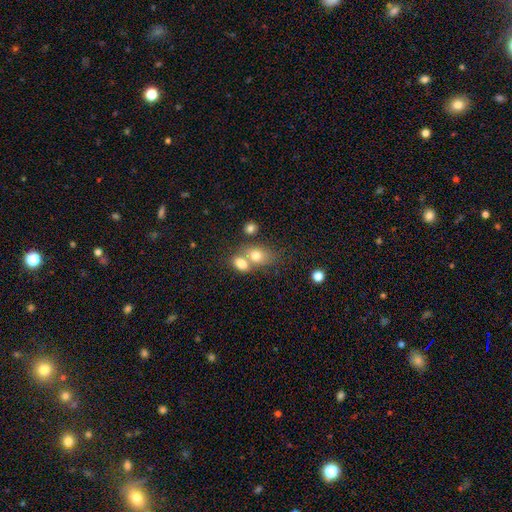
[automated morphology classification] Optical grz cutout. It shows a smooth galaxy with no disk features (68%) that is in between round and cigar-shaped (59%). Merging: merger (57%).